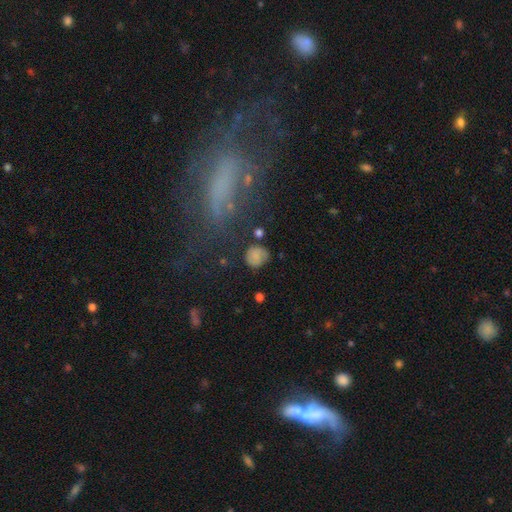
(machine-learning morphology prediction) This appears to be a smooth galaxy with no disk features (66%) that is round (79%). Merging: none (68%).